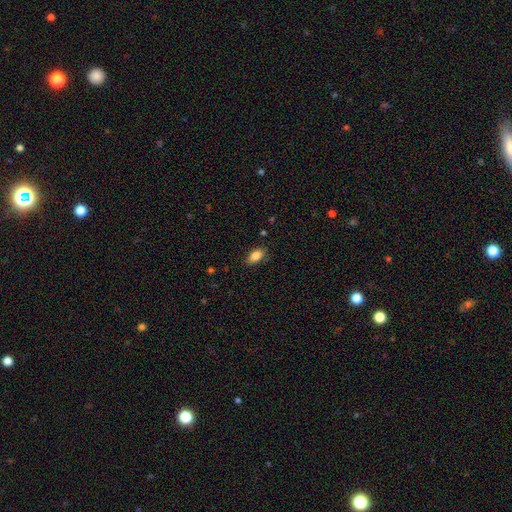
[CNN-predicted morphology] The model was most divided on "merging": none: 84%, minor disturbance: 13%, major disturbance: 3%, merger: 1%. More confident: how rounded — in between (91%); smooth or featured — smooth (85%).